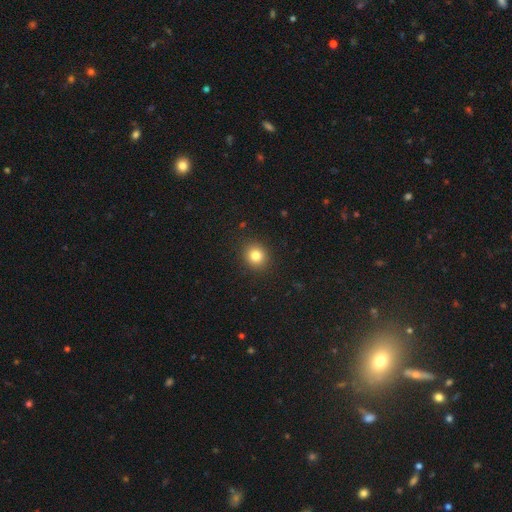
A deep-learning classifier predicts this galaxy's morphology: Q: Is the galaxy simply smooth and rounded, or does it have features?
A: smooth — 82%.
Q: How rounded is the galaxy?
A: round — 82%.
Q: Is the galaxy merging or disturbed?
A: none — 90%.